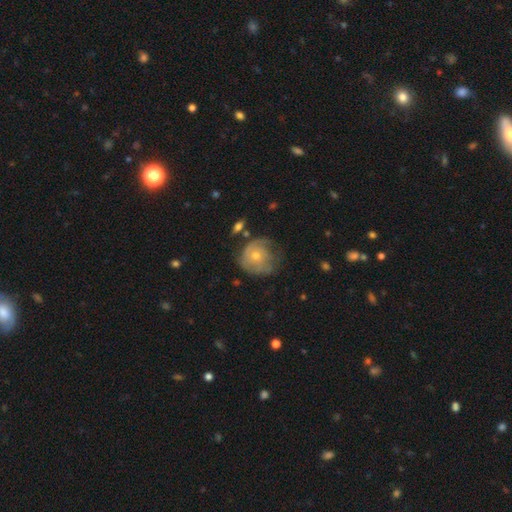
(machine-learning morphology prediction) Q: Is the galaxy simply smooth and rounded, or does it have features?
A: featured or disk — 62%.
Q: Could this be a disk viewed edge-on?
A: no — 97%.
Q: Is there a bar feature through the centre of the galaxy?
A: no — 82%.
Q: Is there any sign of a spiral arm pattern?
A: yes — 78%.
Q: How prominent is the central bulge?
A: small — 50%.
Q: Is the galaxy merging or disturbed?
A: none — 50%.